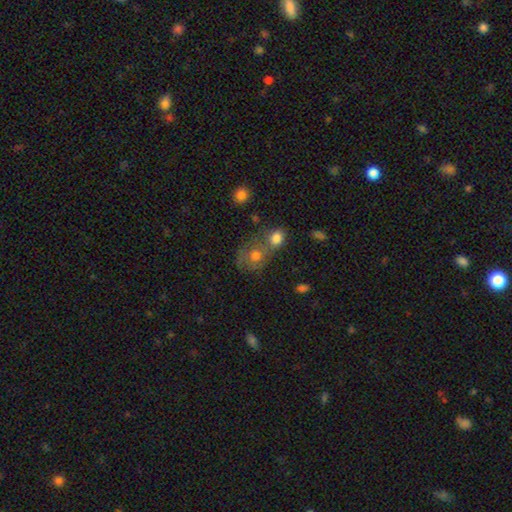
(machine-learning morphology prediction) type=smooth (62%); roundness=round (68%); merging=merger (44%).